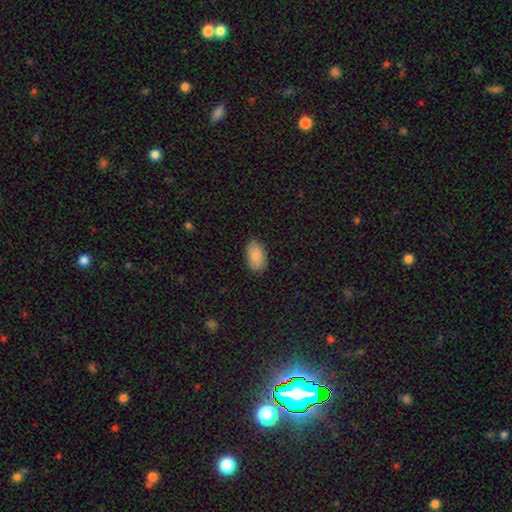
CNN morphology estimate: type=smooth (88%); roundness=in between (94%); merging=none (85%).